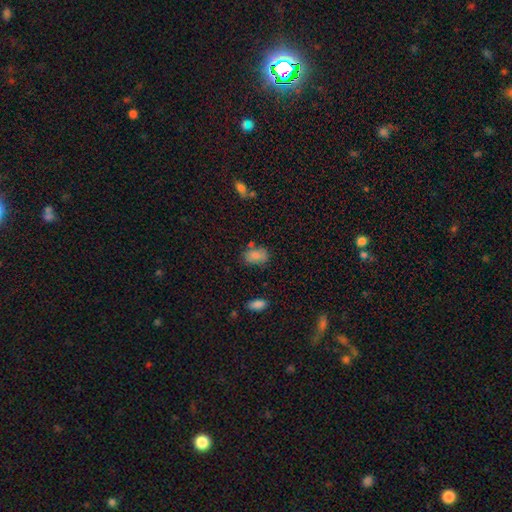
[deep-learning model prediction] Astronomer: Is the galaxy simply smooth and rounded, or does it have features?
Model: smooth — 83%.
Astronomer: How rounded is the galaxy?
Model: in between — 86%.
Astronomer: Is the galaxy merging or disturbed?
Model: none — 65%.